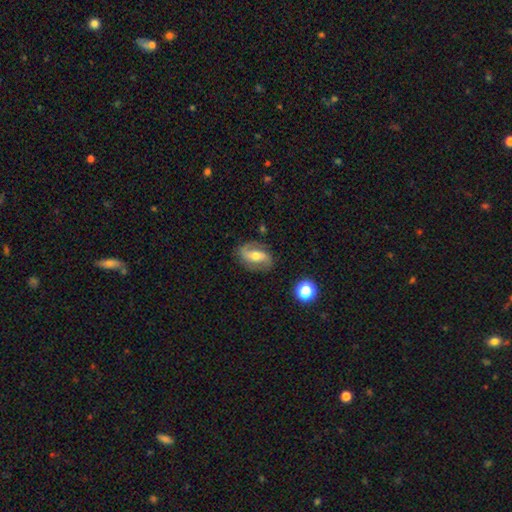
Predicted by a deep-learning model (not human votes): Smooth or featured?
  - featured or disk: 73% *
  - smooth: 20%
  - star or artifact: 7%
Edge-on disk?
  - no: 95% *
  - yes: 5%
Bar?
  - strong: 35% * (tied)
  - weak: 35% * (tied)
  - no: 30%
Spiral arms?
  - yes: 89% *
  - no: 11%
Spiral winding?
  - loose: 48% *
  - medium: 36%
  - tight: 16%
Spiral arm count?
  - 2: 88% *
  - 1: 5%
  - can't tell: 5%
  - 3: 1%
  - 4: 1%
  - more than 4: 1%
Bulge size?
  - moderate: 66% *
  - small: 26%
  - large: 5%
  - none: 2%
  - dominant: 1%
Merging?
  - none: 78% *
  - minor disturbance: 15%
  - major disturbance: 5%
  - merger: 2%